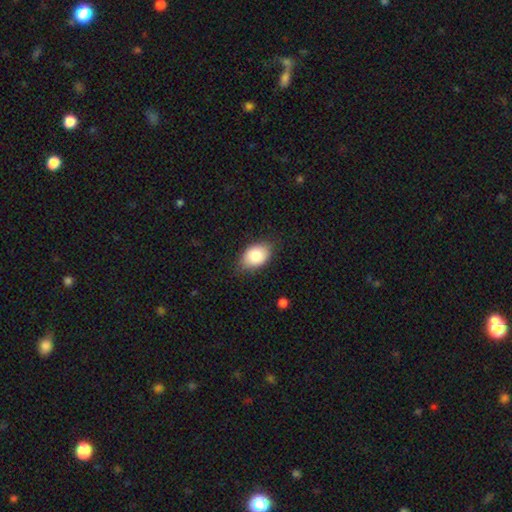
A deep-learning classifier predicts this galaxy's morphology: Smooth or featured?
  - smooth: 84% *
  - featured or disk: 10%
  - star or artifact: 7%
How rounded?
  - in between: 84% *
  - round: 14%
  - cigar-shaped: 1%
Merging?
  - none: 80% *
  - minor disturbance: 16%
  - major disturbance: 3%
  - merger: 1%